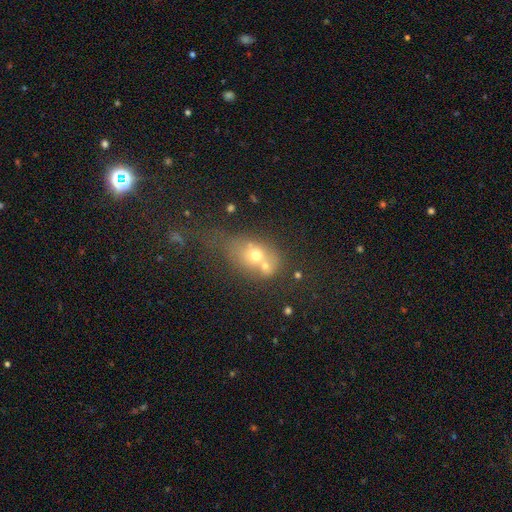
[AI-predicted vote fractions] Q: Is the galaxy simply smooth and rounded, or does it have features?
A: smooth — 59%.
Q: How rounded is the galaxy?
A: in between — 50%.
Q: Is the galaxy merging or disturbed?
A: merger — 53%.